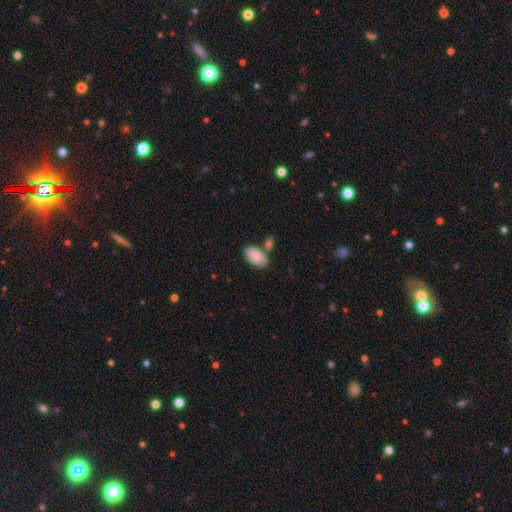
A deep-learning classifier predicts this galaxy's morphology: This appears to be a smooth galaxy with no disk features (86%) that is in between round and cigar-shaped (94%). Merging: none (52%).